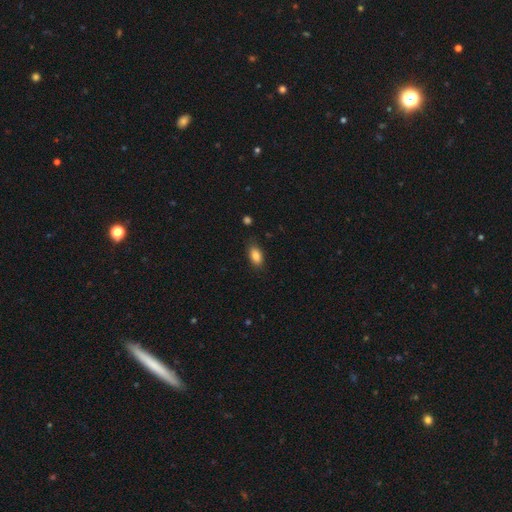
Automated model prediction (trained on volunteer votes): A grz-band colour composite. It shows a smooth galaxy with no disk features (85%) that is in between round and cigar-shaped (90%). Merging: none (83%).